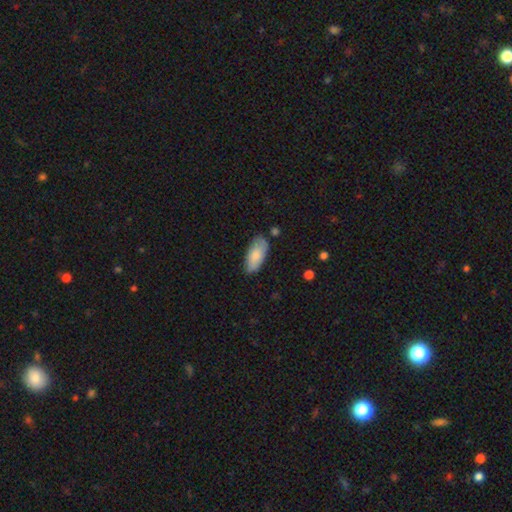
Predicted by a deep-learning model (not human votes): Smooth or featured? Predicted: smooth (p=0.81). How rounded? Predicted: in between (p=0.90). Merging? Predicted: none (p=0.74).